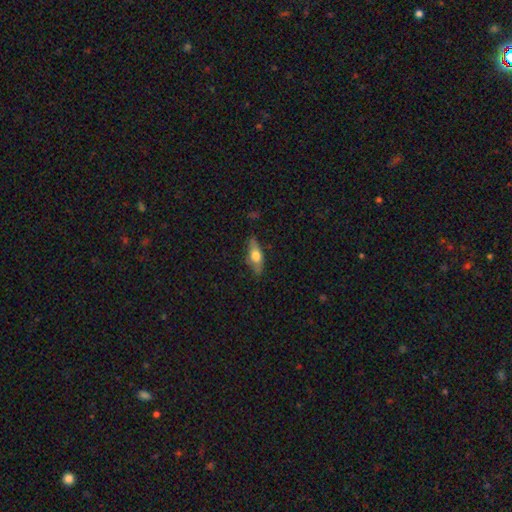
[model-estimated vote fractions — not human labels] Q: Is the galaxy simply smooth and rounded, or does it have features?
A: smooth — 55%.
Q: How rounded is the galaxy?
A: in between — 63%.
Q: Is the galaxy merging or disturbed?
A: none — 77%.